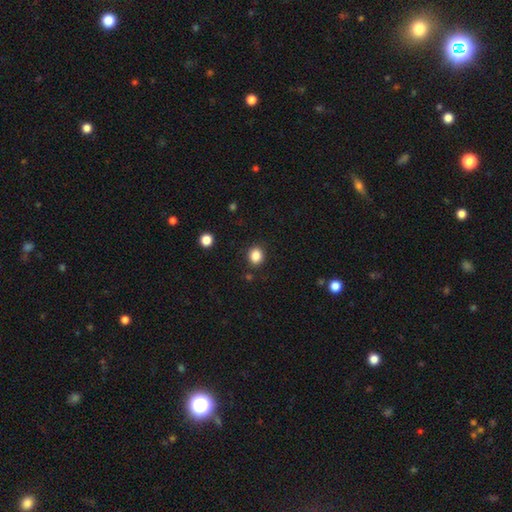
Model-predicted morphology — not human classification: The model was most divided on "how rounded": round: 69%, in between: 30%, cigar-shaped: 1%. More confident: merging — none (88%); smooth or featured — smooth (85%).